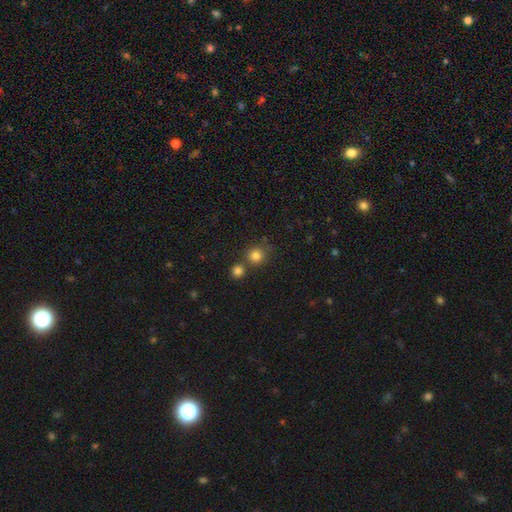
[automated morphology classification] smooth 81%, star or artifact 13%, featured or disk 6%. Down the decision tree: how rounded — round (91%); merging — none (67%).